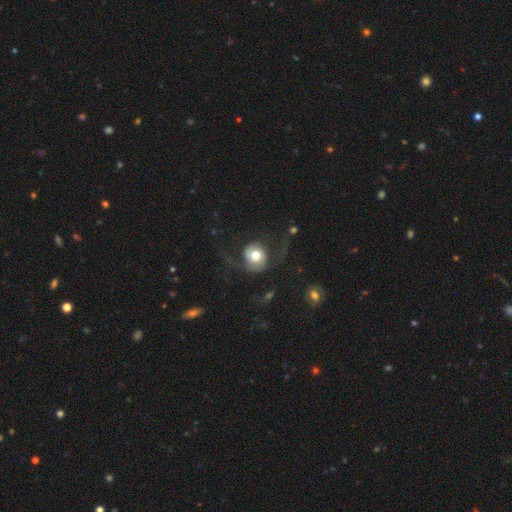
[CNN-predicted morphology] smooth-or-featured: featured or disk: 50% | smooth: 42% | star or artifact: 8%
  merging: none: 51% | major disturbance: 32% | minor disturbance: 15% | merger: 2%